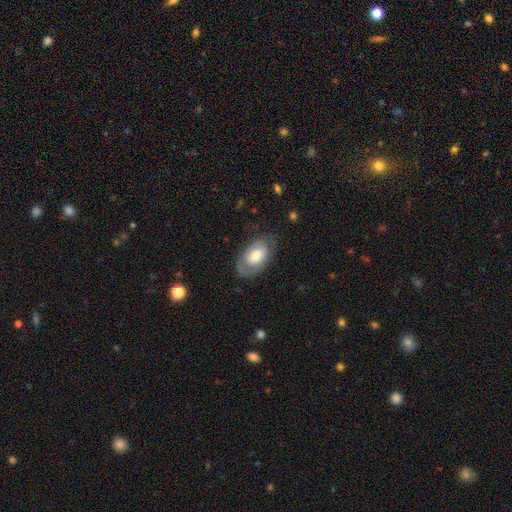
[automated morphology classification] This is possibly a smooth galaxy (50%). How rounded: clearly in between (90%). Merging: likely none (66%).